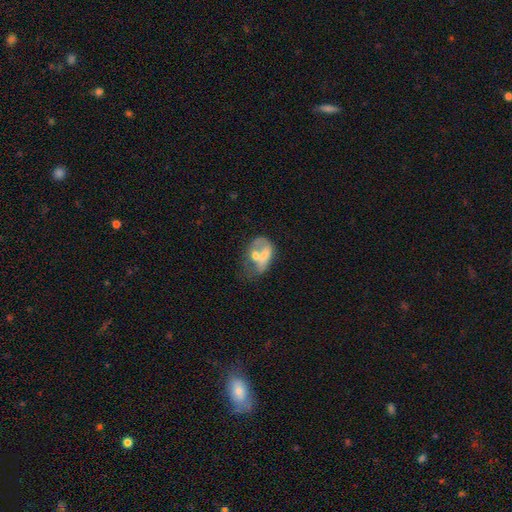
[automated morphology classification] This appears to be a featured or disk galaxy (50%). Merging: merger (40%).